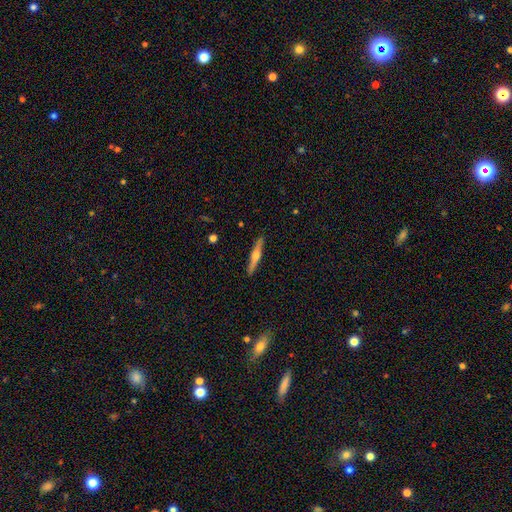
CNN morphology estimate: Smooth or featured? Predicted: featured or disk (p=0.65). Edge-on disk? Predicted: yes (p=0.97). Edge-on bulge? Predicted: rounded (p=0.92). Merging? Predicted: none (p=0.91).